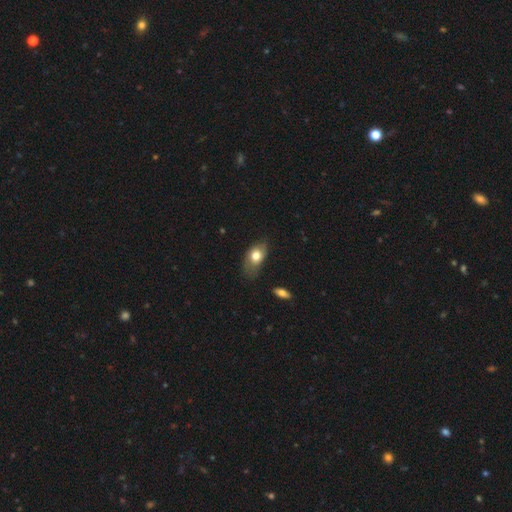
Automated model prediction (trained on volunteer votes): A smooth galaxy with no disk features (72%) that is in between round and cigar-shaped (85%).

Vote fractions:
- Smooth or featured? smooth: 72% / featured or disk: 20% / star or artifact: 8%
- How rounded? in between: 85% / round: 12% / cigar-shaped: 2%
- Merging? none: 55% / minor disturbance: 32% / major disturbance: 11% / merger: 2%